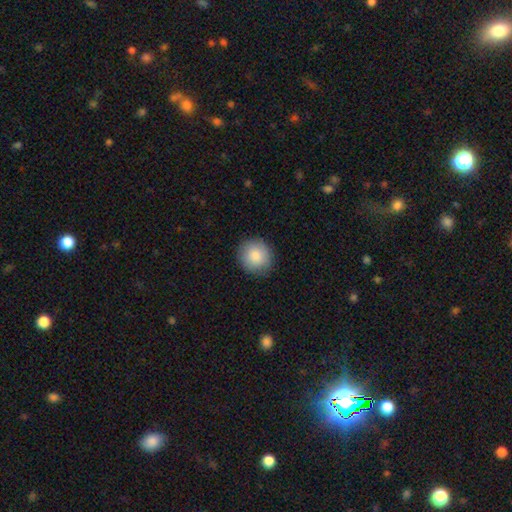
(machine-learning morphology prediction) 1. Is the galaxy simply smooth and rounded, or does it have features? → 87% smooth, 7% star or artifact, 6% featured or disk.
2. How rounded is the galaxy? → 91% round, 8% in between, 1% cigar-shaped.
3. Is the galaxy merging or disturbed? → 88% none, 9% minor disturbance, 2% major disturbance, 1% merger.